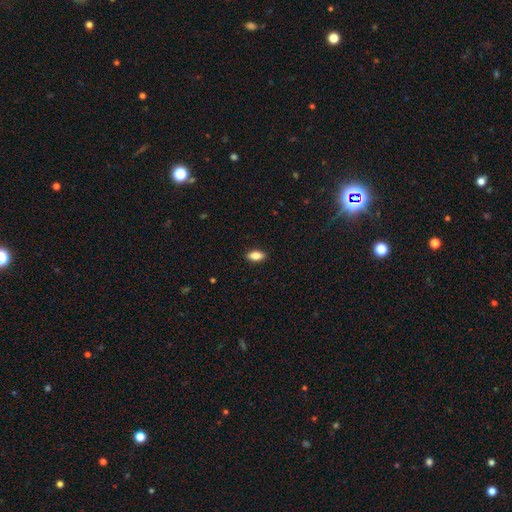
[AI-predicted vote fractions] A smooth galaxy with no disk features (84%) that is in between round and cigar-shaped (88%).

Vote fractions:
- Smooth or featured? smooth: 84% / featured or disk: 9% / star or artifact: 7%
- How rounded? in between: 88% / cigar-shaped: 8% / round: 4%
- Merging? none: 90% / minor disturbance: 8% / major disturbance: 2% / merger: 1%